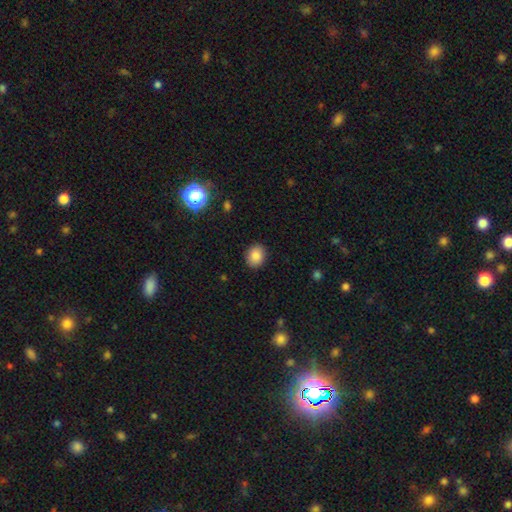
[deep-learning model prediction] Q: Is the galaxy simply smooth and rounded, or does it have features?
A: smooth — 87%.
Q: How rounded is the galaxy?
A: round — 62%.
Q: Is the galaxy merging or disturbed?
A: none — 89%.